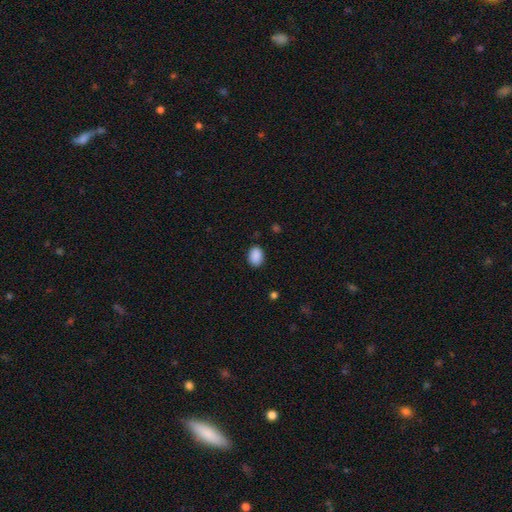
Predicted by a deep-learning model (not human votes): Q: Smooth or featured?
A: smooth (90%); runner-up: star or artifact (8%)
Q: How rounded?
A: in between (73%); runner-up: round (26%)
Q: Merging?
A: none (86%); runner-up: minor disturbance (11%)